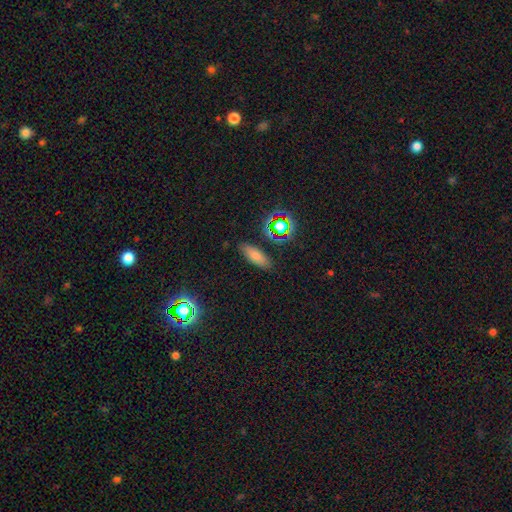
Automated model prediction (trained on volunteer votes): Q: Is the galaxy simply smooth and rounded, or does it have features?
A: smooth — 72%.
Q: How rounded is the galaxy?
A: in between — 64%.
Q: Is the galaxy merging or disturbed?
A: none — 84%.